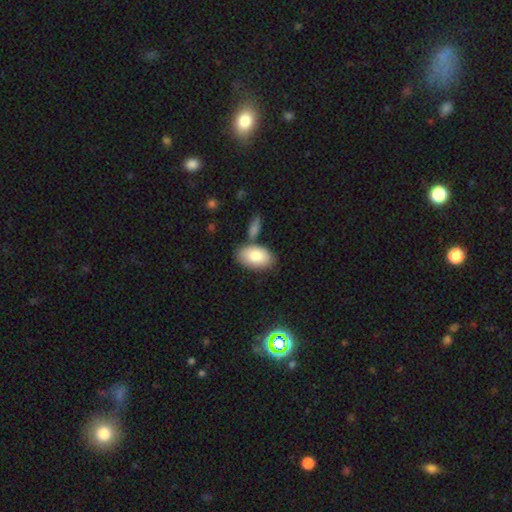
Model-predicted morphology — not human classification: smooth 85%, featured or disk 10%, star or artifact 6%. Down the decision tree: how rounded — in between (94%); merging — none (68%).